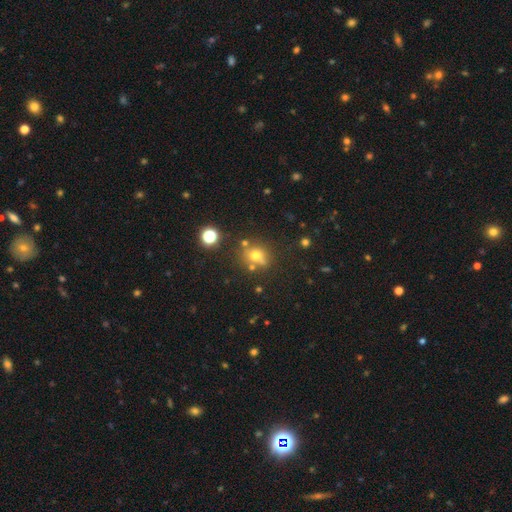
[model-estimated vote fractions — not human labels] This appears to be a smooth galaxy with no disk features (63%) that is round (73%). Merging: none (62%).